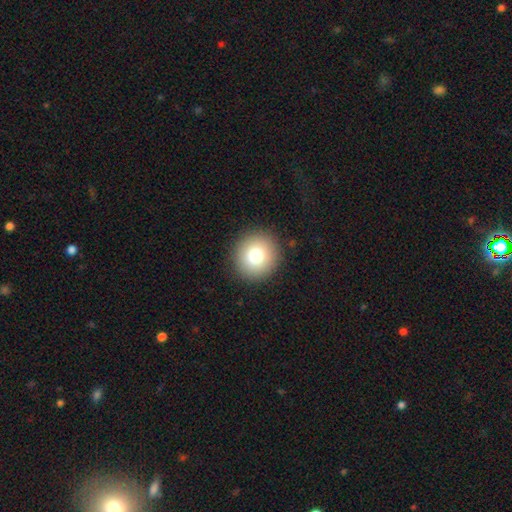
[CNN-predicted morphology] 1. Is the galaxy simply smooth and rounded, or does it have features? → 79% smooth, 10% star or artifact, 10% featured or disk.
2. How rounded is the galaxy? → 92% round, 7% in between, 1% cigar-shaped.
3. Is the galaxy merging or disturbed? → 91% none, 6% minor disturbance, 2% major disturbance, 1% merger.